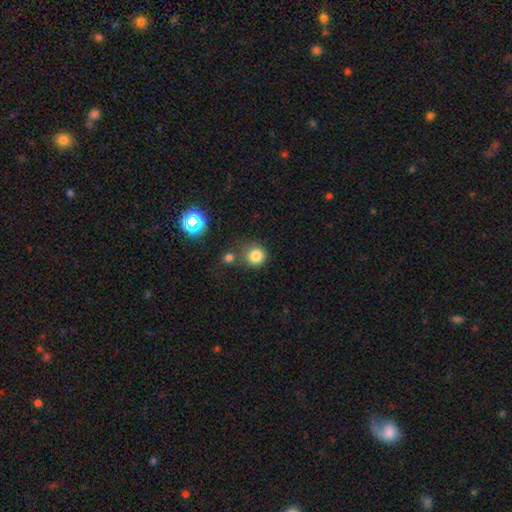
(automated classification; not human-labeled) Smooth or featured? smooth (81%)
How rounded? round (91%)
Merging? none (67%)